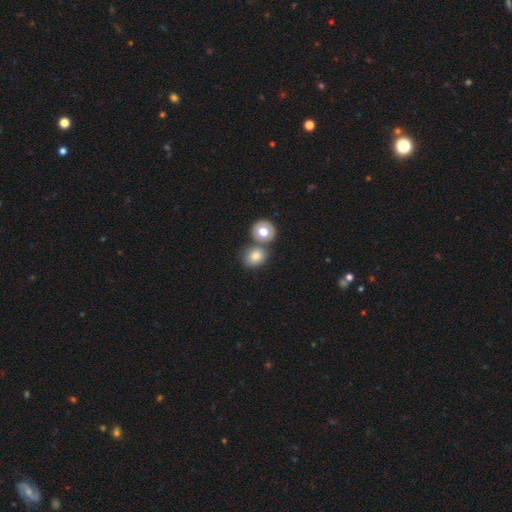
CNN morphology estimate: type=smooth (78%); roundness=round (61%); merging=none (52%).